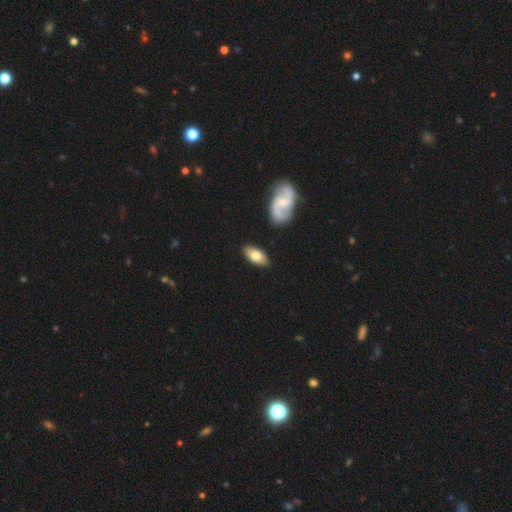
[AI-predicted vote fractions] Smooth or featured?
  - smooth: 69% *
  - featured or disk: 26%
  - star or artifact: 6%
How rounded?
  - in between: 91% *
  - cigar-shaped: 6%
  - round: 3%
Merging?
  - none: 86% *
  - minor disturbance: 9%
  - merger: 3%
  - major disturbance: 2%